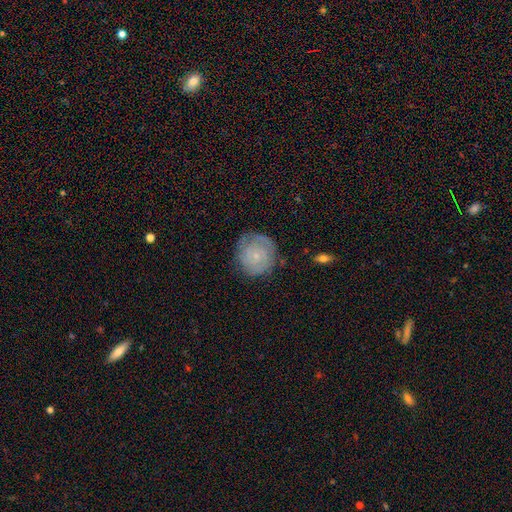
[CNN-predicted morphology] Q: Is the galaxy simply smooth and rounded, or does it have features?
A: featured or disk — 59%.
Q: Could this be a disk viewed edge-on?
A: no — 98%.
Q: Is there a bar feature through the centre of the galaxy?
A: no — 81%.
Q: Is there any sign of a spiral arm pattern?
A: yes — 83%.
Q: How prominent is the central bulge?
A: small — 80%.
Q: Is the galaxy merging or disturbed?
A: none — 73%.